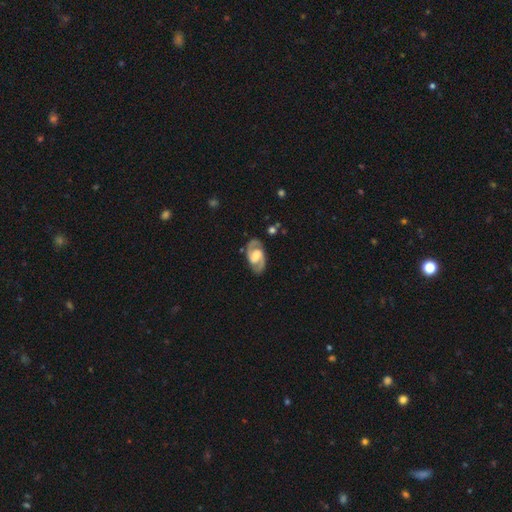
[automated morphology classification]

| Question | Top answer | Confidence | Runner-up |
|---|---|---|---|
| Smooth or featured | featured or disk | 86% | smooth (9%) |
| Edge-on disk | no | 97% | yes (3%) |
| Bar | weak | 49% | strong (28%) |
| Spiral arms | yes | 96% | no (4%) |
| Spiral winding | medium | 55% | tight (32%) |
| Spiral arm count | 2 | 93% | can't tell (3%) |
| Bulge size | moderate | 46% | small (22%) |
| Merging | none | 84% | minor disturbance (11%) |